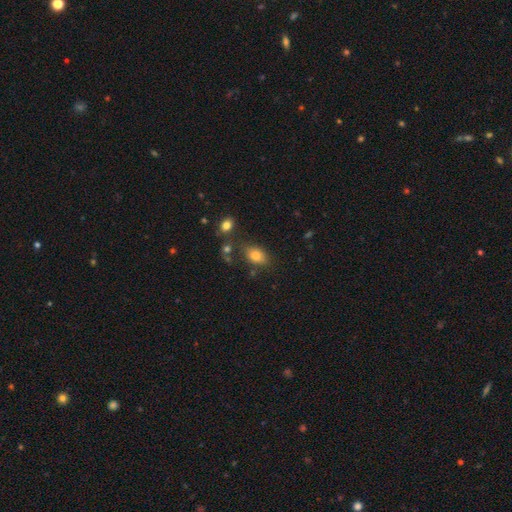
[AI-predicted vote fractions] Smooth or featured?
  - smooth: 79% *
  - star or artifact: 10%
  - featured or disk: 10%
How rounded?
  - in between: 82% *
  - round: 16%
  - cigar-shaped: 2%
Merging?
  - none: 73% *
  - minor disturbance: 16%
  - merger: 7%
  - major disturbance: 4%